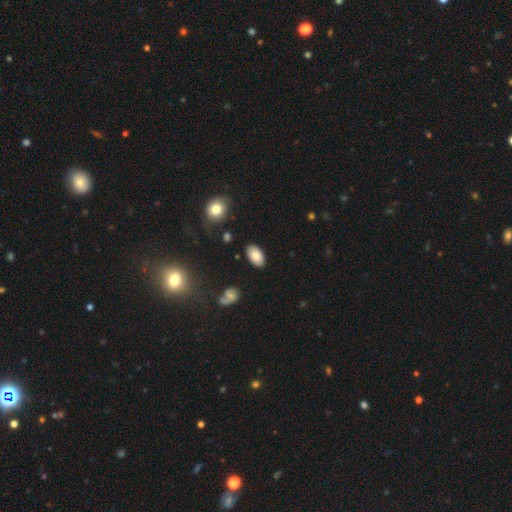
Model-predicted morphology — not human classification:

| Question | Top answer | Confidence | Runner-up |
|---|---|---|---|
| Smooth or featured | smooth | 85% | star or artifact (8%) |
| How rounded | in between | 95% | round (4%) |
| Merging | none | 86% | minor disturbance (10%) |